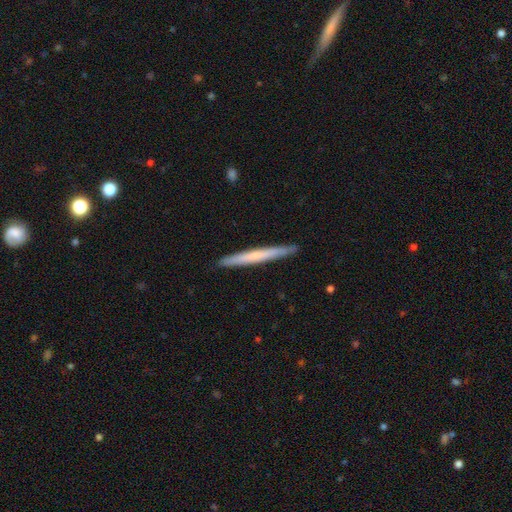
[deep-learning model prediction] The model was most divided on "smooth or featured": smooth: 53%, featured or disk: 42%, star or artifact: 5%. More confident: how rounded — cigar-shaped (97%); merging — none (91%).